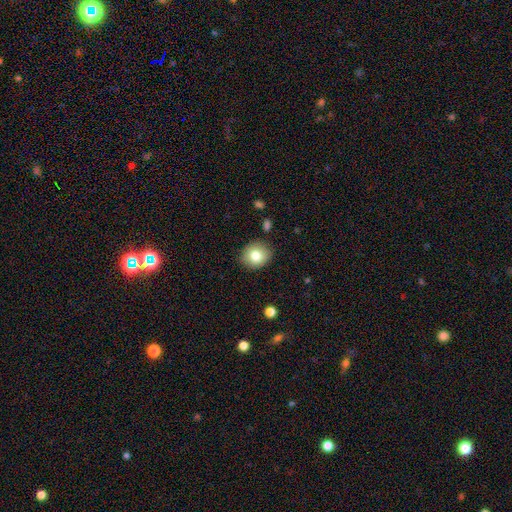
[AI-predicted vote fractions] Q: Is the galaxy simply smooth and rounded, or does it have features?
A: smooth — 81%.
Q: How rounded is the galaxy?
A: round — 80%.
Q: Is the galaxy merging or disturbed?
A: none — 86%.